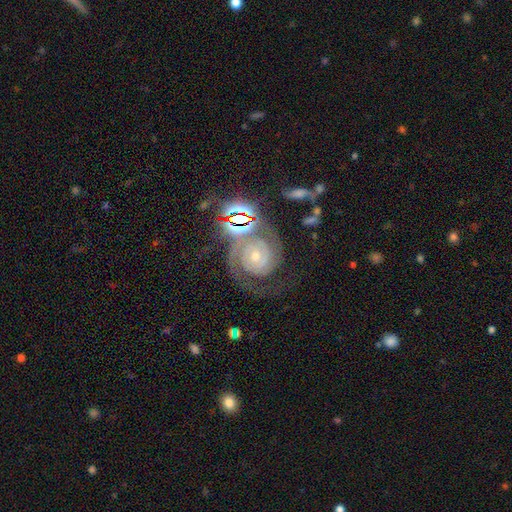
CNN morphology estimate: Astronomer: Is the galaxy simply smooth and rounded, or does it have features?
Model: featured or disk — 84%.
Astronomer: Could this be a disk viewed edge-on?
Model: no — 98%.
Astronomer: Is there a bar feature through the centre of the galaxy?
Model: no — 68%.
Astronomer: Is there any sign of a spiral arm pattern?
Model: yes — 98%.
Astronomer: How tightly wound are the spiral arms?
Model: tight — 68%.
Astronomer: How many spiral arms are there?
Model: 2 — 79%.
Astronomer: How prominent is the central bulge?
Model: small — 58% (runner-up: moderate, 36%).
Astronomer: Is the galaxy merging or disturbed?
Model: none — 63%.